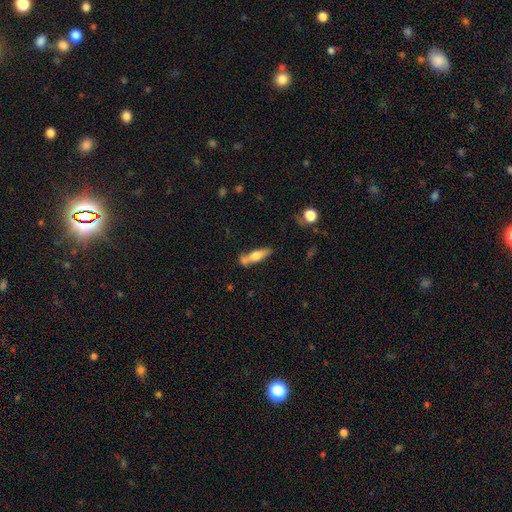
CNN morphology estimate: The model was most divided on "smooth or featured": smooth: 59%, featured or disk: 34%, star or artifact: 7%. More confident: how rounded — cigar-shaped (64%); merging — none (56%).